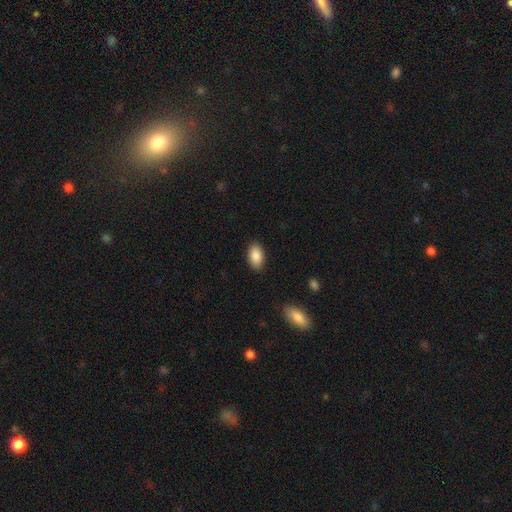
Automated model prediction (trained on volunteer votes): The model was most divided on "merging": none: 88%, minor disturbance: 9%, major disturbance: 2%, merger: 1%. More confident: how rounded — in between (93%); smooth or featured — smooth (88%).